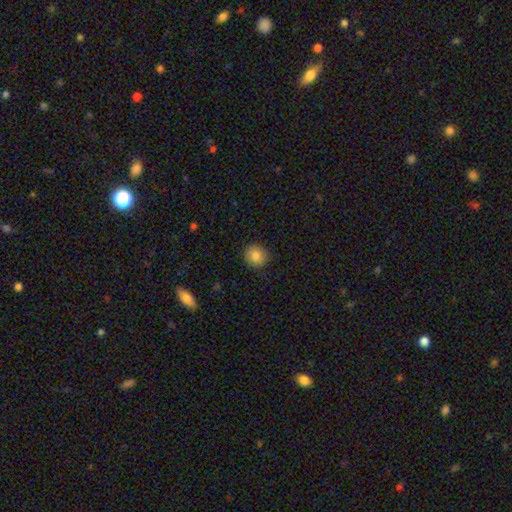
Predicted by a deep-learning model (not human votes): smooth-or-featured: smooth: 84% | star or artifact: 9% | featured or disk: 7%
  how-rounded: round: 85% | in between: 14% | cigar-shaped: 1%
  merging: none: 88% | minor disturbance: 9% | major disturbance: 2% | merger: 1%